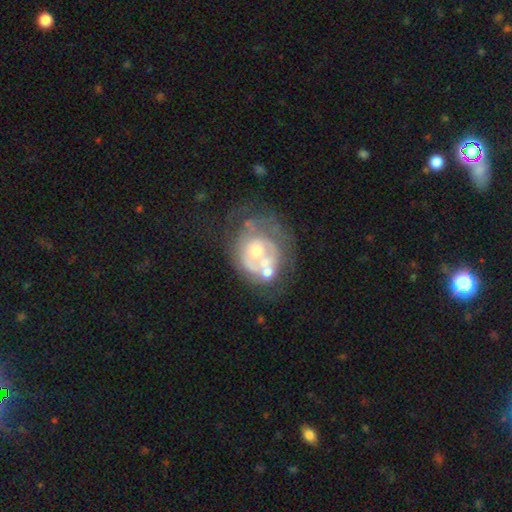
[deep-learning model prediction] smooth_or_featured: featured or disk (p=0.71) [alt: smooth p=0.20]
disk_edge_on: no (p=0.98) [alt: yes p=0.02]
bar: no (p=0.86) [alt: weak p=0.12]
has_spiral_arms: no (p=0.56) [alt: yes p=0.44]
bulge_size: moderate (p=0.54) [alt: small p=0.36]
merging: none (p=0.37) [alt: major disturbance p=0.23]